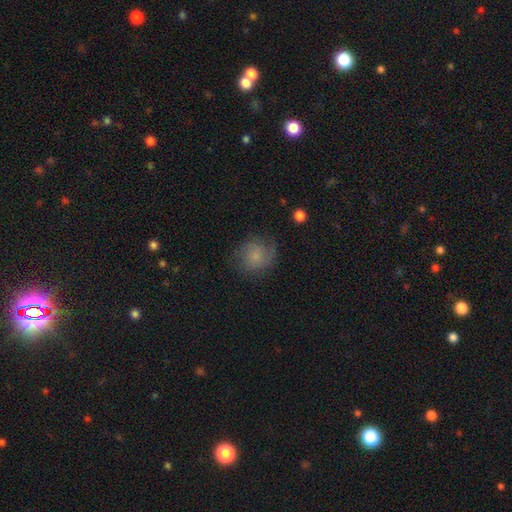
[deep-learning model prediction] Smooth or featured?
  - smooth: 64% *
  - featured or disk: 26%
  - star or artifact: 10%
How rounded?
  - round: 83% *
  - in between: 16%
  - cigar-shaped: 1%
Merging?
  - none: 70% *
  - minor disturbance: 19%
  - major disturbance: 9%
  - merger: 1%